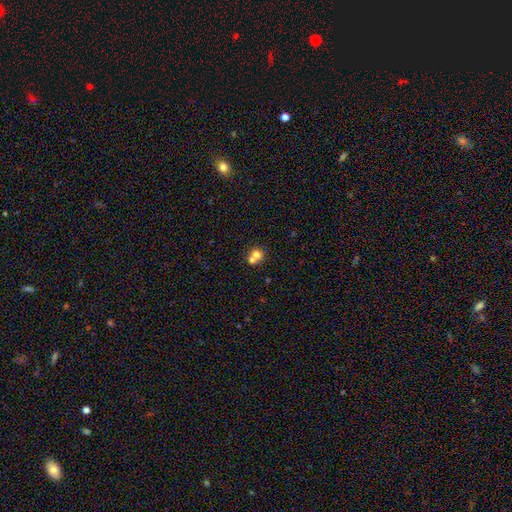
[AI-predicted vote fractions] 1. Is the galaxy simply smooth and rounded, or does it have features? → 71% smooth, 16% featured or disk, 13% star or artifact.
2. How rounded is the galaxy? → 81% round, 18% in between, 1% cigar-shaped.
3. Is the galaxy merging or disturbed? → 56% merger, 36% none, 6% minor disturbance, 3% major disturbance.